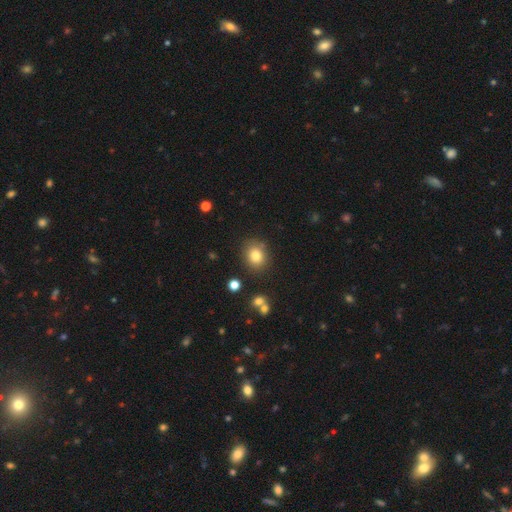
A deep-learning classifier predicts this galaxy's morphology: Smooth or featured?
  - smooth: 81% *
  - star or artifact: 11%
  - featured or disk: 8%
How rounded?
  - round: 64% *
  - in between: 35%
  - cigar-shaped: 1%
Merging?
  - none: 83% *
  - minor disturbance: 10%
  - merger: 3%
  - major disturbance: 3%